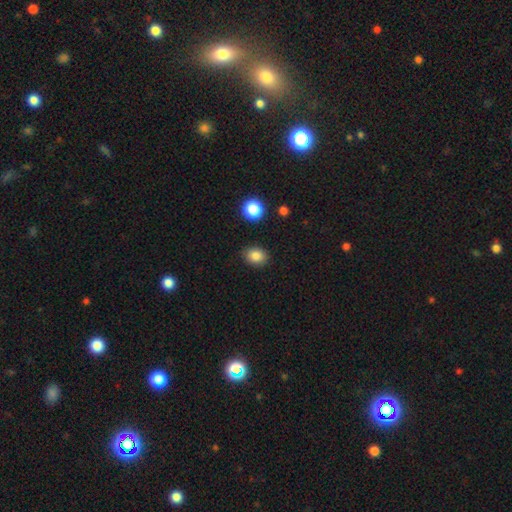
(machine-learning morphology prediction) Smooth or featured? Predicted: smooth (p=0.84). How rounded? Predicted: in between (p=0.57). Merging? Predicted: none (p=0.87).